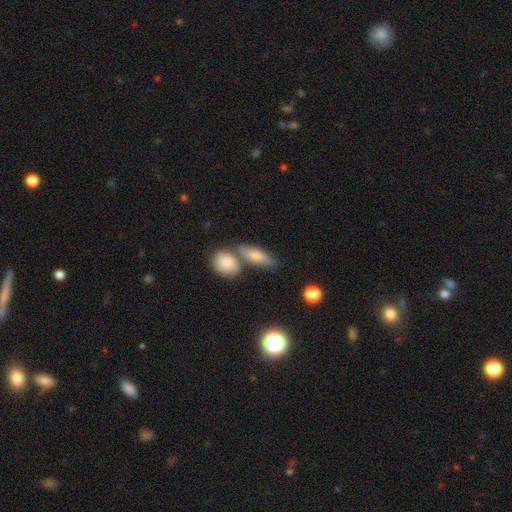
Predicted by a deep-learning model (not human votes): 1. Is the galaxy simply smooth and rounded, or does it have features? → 75% smooth, 18% featured or disk, 7% star or artifact.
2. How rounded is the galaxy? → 70% in between, 25% cigar-shaped, 6% round.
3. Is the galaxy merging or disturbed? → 52% none, 31% merger, 13% minor disturbance, 4% major disturbance.